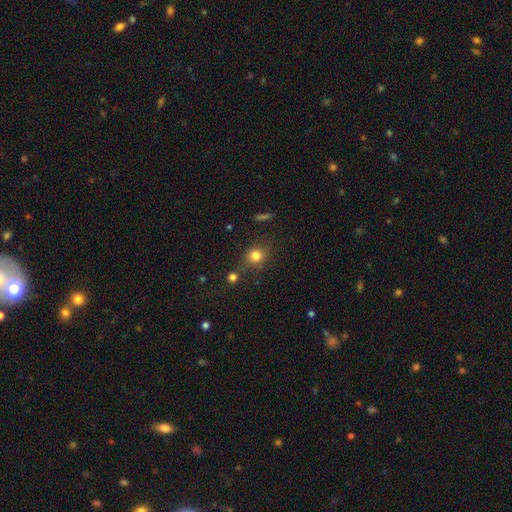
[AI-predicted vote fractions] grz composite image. It shows a smooth galaxy with no disk features (80%) that is round (80%). Merging: none (73%).